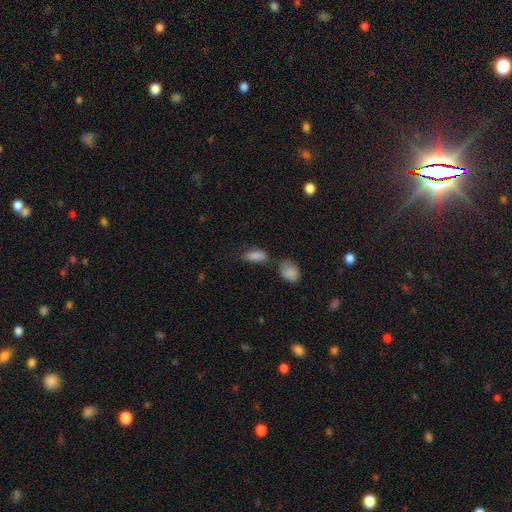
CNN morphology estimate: smooth-or-featured: smooth: 83% | star or artifact: 10% | featured or disk: 8%
  how-rounded: in between: 80% | cigar-shaped: 16% | round: 4%
  merging: none: 48% | merger: 25% | minor disturbance: 19% | major disturbance: 8%